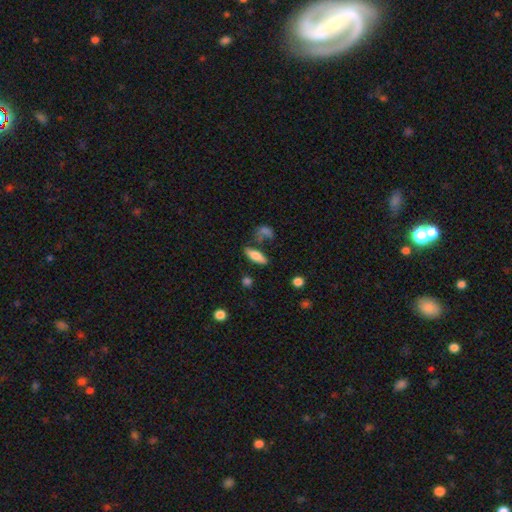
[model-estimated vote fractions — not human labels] This appears to be a smooth galaxy with no disk features (72%) that is in between round and cigar-shaped (64%). Merging: none (68%).